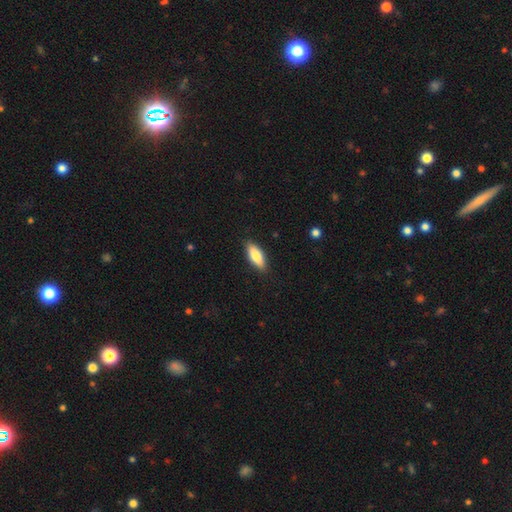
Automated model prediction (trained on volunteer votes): Q: Smooth or featured?
A: smooth (77%); runner-up: featured or disk (17%)
Q: How rounded?
A: in between (67%); runner-up: cigar-shaped (31%)
Q: Merging?
A: none (87%); runner-up: minor disturbance (9%)